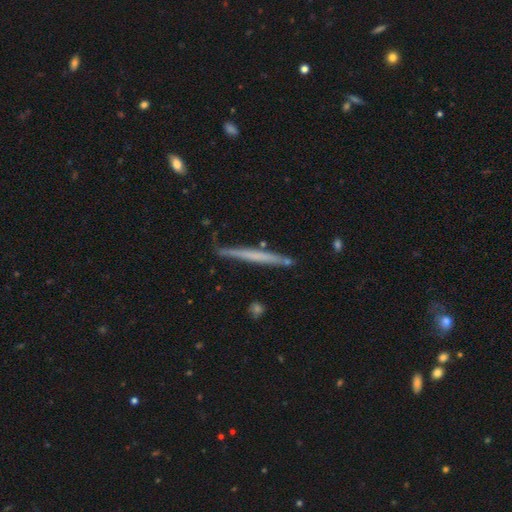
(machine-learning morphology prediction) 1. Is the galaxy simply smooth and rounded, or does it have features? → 50% featured or disk, 44% smooth, 6% star or artifact.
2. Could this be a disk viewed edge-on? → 97% yes, 3% no.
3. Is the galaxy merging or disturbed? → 86% none, 10% minor disturbance, 2% merger, 2% major disturbance.